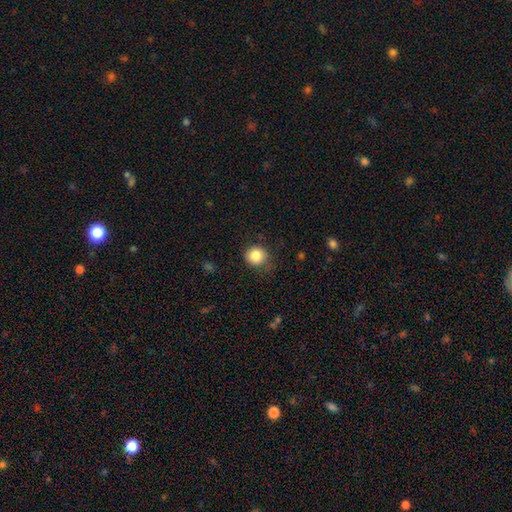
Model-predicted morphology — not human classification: Q: Smooth or featured?
A: smooth (85%); runner-up: star or artifact (10%)
Q: How rounded?
A: round (89%); runner-up: in between (10%)
Q: Merging?
A: none (78%); runner-up: minor disturbance (16%)